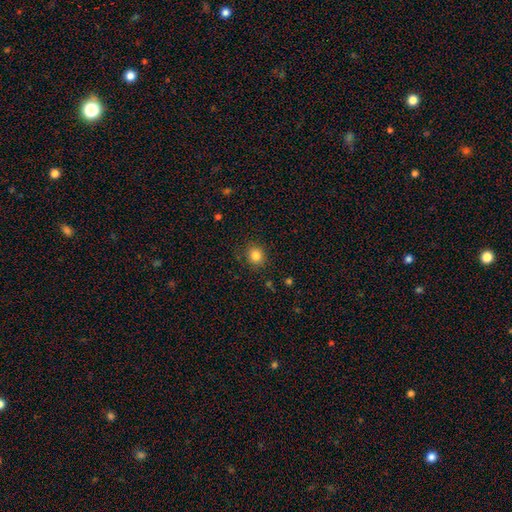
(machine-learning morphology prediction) smooth 83%, star or artifact 12%, featured or disk 5%. Down the decision tree: how rounded — round (83%); merging — none (87%).